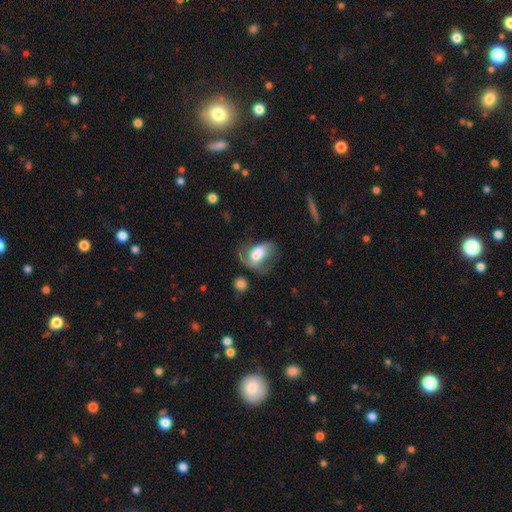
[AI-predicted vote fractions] smooth 53%, featured or disk 38%, star or artifact 9%. Down the decision tree: how rounded — in between (79%); merging — major disturbance (30%).